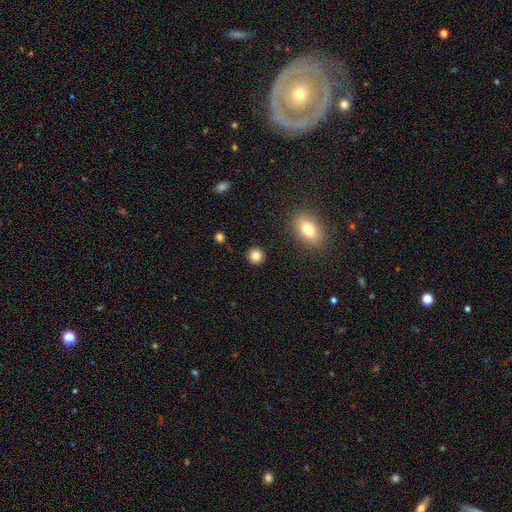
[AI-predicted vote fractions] The model was most divided on "smooth or featured": smooth: 84%, star or artifact: 10%, featured or disk: 6%. More confident: merging — none (91%); how rounded — round (90%).